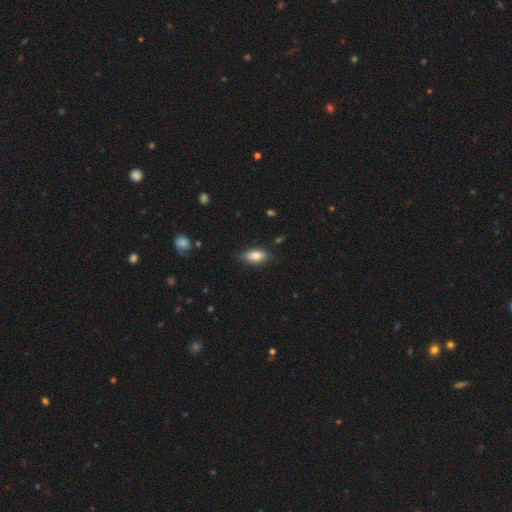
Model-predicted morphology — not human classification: Smooth or featured? smooth (79%)
How rounded? in between (85%)
Merging? none (81%)